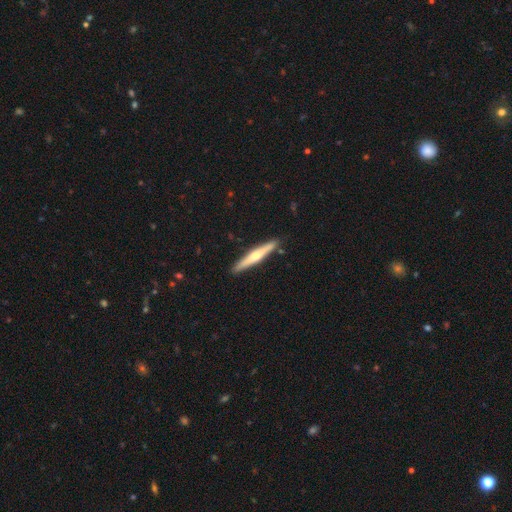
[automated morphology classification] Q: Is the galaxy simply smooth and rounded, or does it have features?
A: featured or disk — 61%.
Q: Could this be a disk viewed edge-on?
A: yes — 96%.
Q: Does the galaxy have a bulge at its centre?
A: rounded — 87%.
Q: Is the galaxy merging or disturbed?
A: none — 89%.